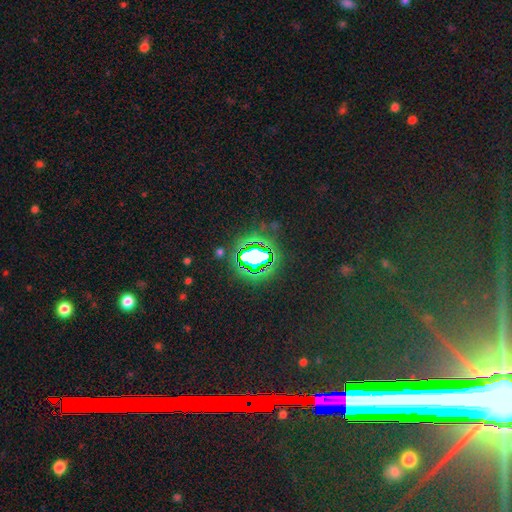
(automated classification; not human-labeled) smooth-or-featured: star or artifact: 70% | smooth: 19% | featured or disk: 10%